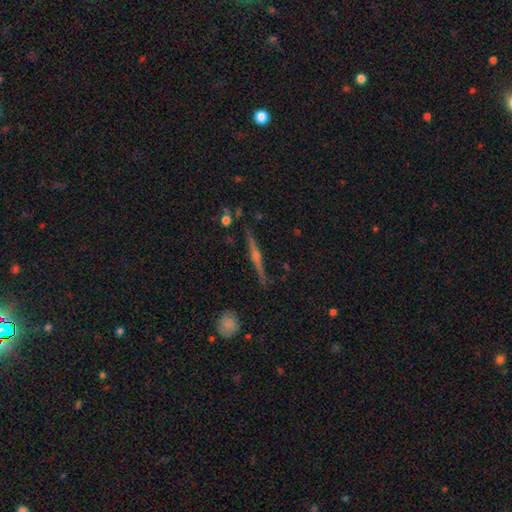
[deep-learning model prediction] Smooth or featured? Predicted: featured or disk (p=0.79). Edge-on disk? Predicted: yes (p=0.98). Edge-on bulge? Predicted: rounded (p=0.79). Merging? Predicted: none (p=0.90).